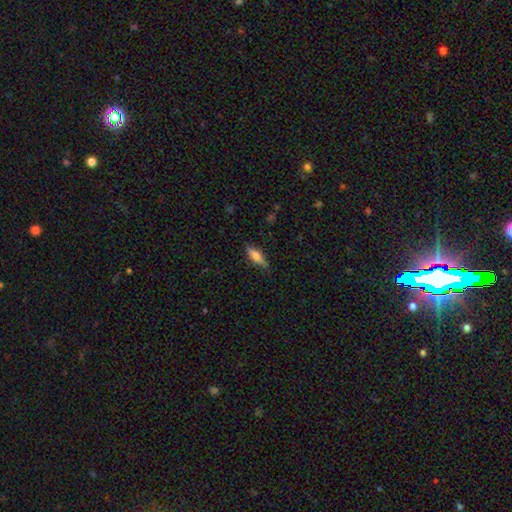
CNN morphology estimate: Smooth or featured?
  - smooth: 67% *
  - featured or disk: 27%
  - star or artifact: 6%
How rounded?
  - cigar-shaped: 49% *
  - in between: 48%
  - round: 2%
Merging?
  - none: 81% *
  - minor disturbance: 15%
  - major disturbance: 3%
  - merger: 1%